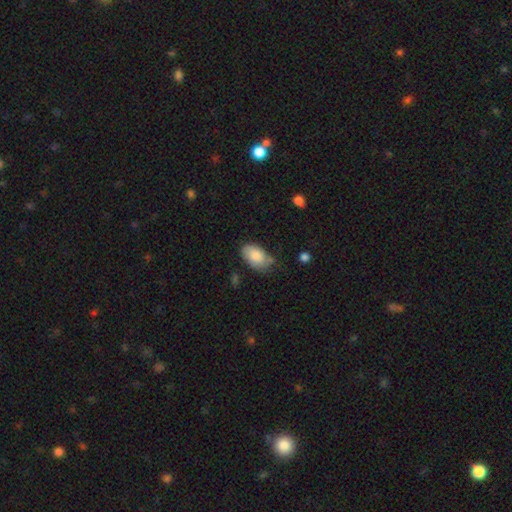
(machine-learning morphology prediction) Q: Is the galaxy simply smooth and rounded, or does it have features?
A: smooth — 81%.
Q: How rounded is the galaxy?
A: in between — 93%.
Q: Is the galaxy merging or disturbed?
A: none — 59%.